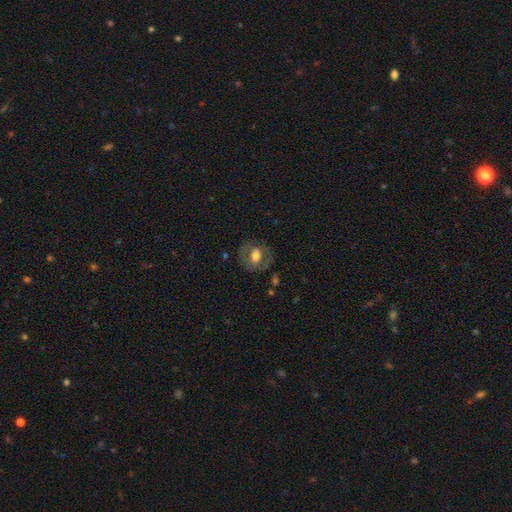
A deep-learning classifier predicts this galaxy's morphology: smooth_or_featured: smooth (p=0.49) [alt: featured or disk p=0.44]
merging: none (p=0.72) [alt: minor disturbance p=0.16]